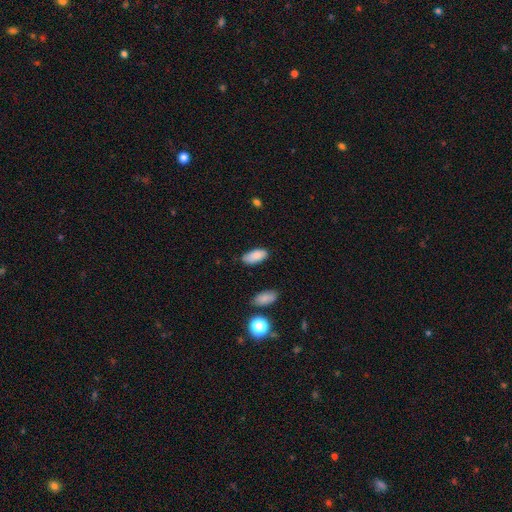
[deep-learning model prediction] A smooth galaxy with no disk features (87%) that is in between round and cigar-shaped (90%). Merging: none (79%).